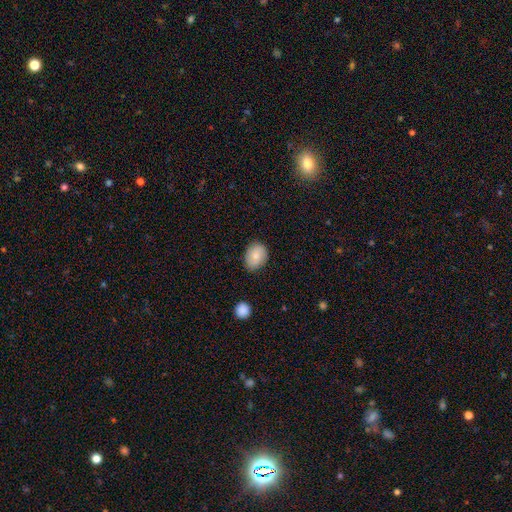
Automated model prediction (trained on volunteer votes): smooth_or_featured: smooth (p=0.80) [alt: featured or disk p=0.12]
how_rounded: in between (p=0.66) [alt: round p=0.33]
merging: none (p=0.81) [alt: minor disturbance p=0.15]